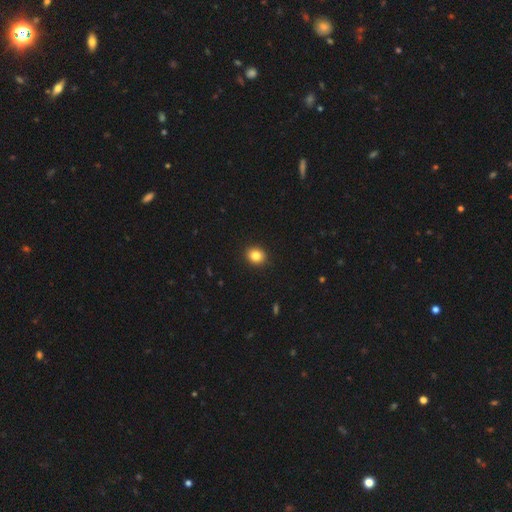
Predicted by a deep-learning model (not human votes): A smooth galaxy with no disk features (84%) that is round (71%).

Vote fractions:
- Smooth or featured? smooth: 84% / star or artifact: 10% / featured or disk: 6%
- How rounded? round: 71% / in between: 28% / cigar-shaped: 1%
- Merging? none: 92% / minor disturbance: 6% / major disturbance: 2% / merger: 1%